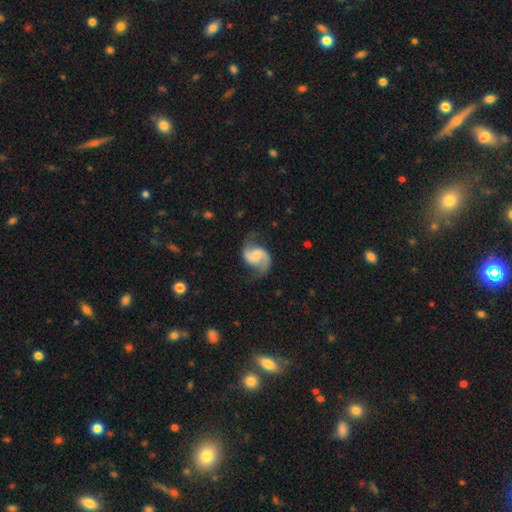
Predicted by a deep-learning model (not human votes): smooth_or_featured: featured or disk (p=0.85) [alt: smooth p=0.09]
disk_edge_on: no (p=0.98) [alt: yes p=0.02]
bar: no (p=0.45) [alt: weak p=0.43]
has_spiral_arms: yes (p=0.97) [alt: no p=0.03]
spiral_winding: loose (p=0.46) [alt: medium p=0.44]
spiral_arm_count: 2 (p=0.92) [alt: 1 p=0.02]
bulge_size: moderate (p=0.34) [alt: small p=0.33]
merging: none (p=0.73) [alt: minor disturbance p=0.16]